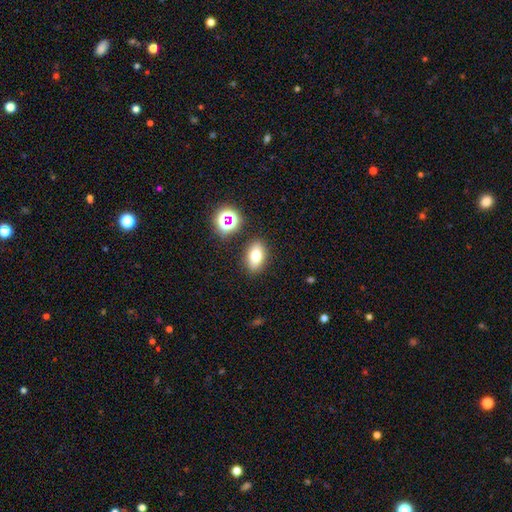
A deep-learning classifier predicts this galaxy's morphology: Smooth or featured? Predicted: smooth (p=0.73). How rounded? Predicted: in between (p=0.84). Merging? Predicted: none (p=0.86).